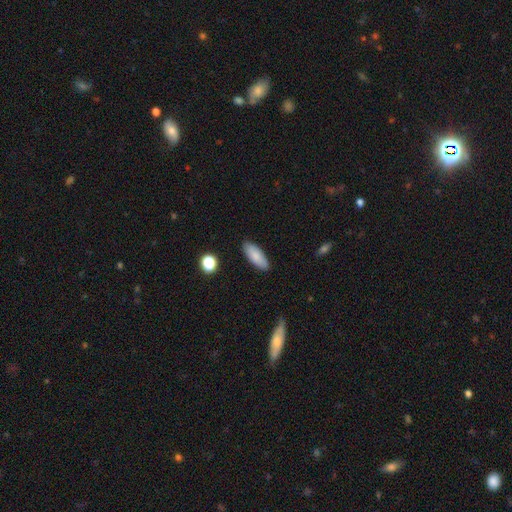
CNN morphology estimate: A smooth galaxy with no disk features (84%) that is in between round and cigar-shaped (73%).

Vote fractions:
- Smooth or featured? smooth: 84% / featured or disk: 9% / star or artifact: 7%
- How rounded? in between: 73% / cigar-shaped: 25% / round: 2%
- Merging? none: 87% / minor disturbance: 10% / major disturbance: 2% / merger: 1%